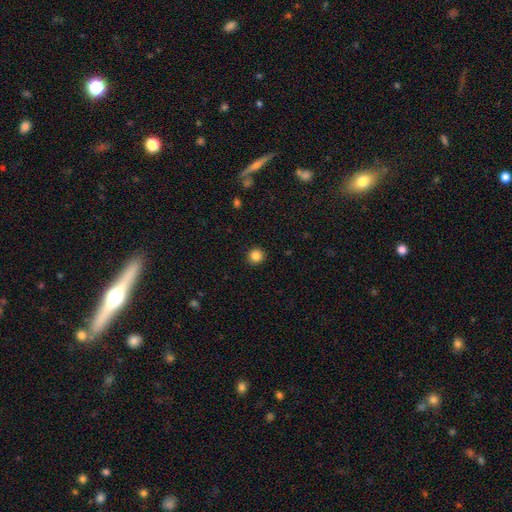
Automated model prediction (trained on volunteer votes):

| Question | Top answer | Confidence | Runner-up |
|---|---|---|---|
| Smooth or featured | smooth | 85% | star or artifact (11%) |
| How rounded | round | 94% | in between (5%) |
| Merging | none | 93% | minor disturbance (5%) |